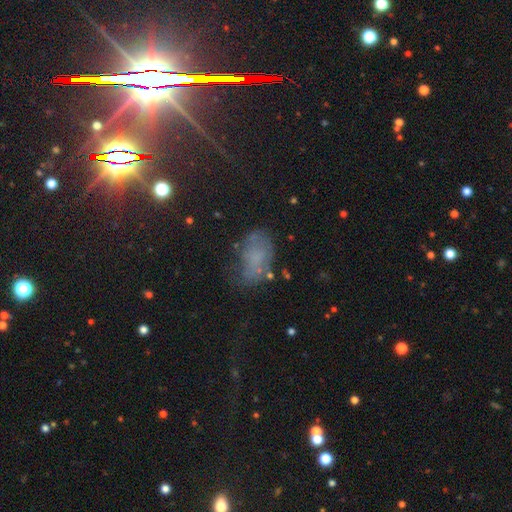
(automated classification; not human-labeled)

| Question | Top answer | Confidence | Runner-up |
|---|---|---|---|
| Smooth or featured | smooth | 49% | featured or disk (27%) |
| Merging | none | 47% | minor disturbance (28%) |